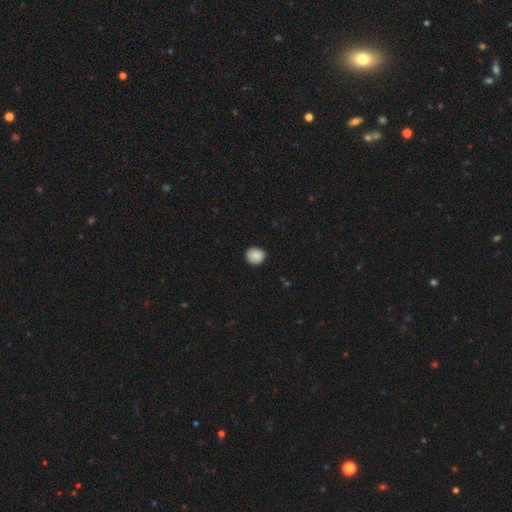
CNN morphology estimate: Q: Smooth or featured?
A: smooth (88%); runner-up: star or artifact (8%)
Q: How rounded?
A: round (78%); runner-up: in between (21%)
Q: Merging?
A: none (85%); runner-up: minor disturbance (12%)